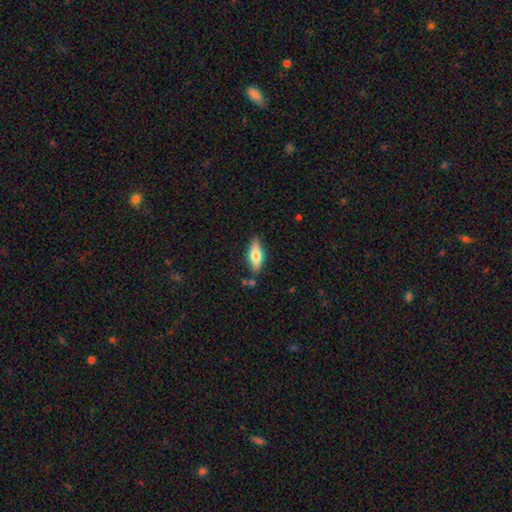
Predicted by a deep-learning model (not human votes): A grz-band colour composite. It shows a smooth galaxy with no disk features (61%) that is in between round and cigar-shaped (68%). Merging: none (81%).